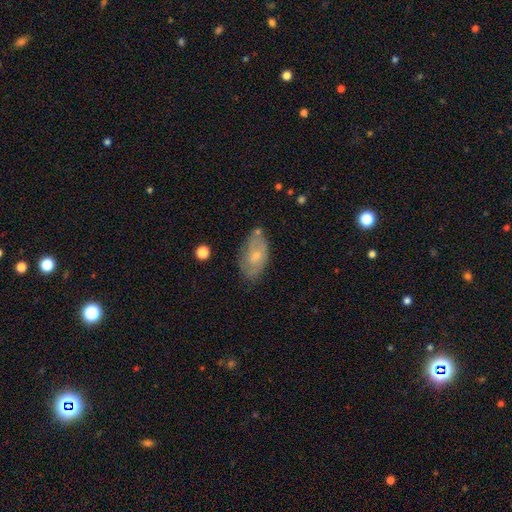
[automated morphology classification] type=smooth (52%); roundness=in between (92%); merging=none (64%).